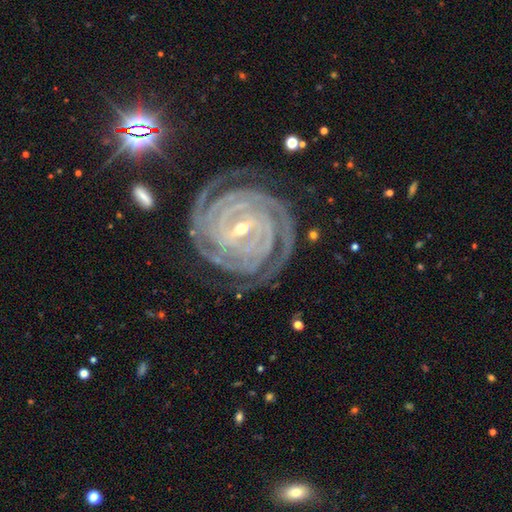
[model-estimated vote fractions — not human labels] featured or disk 93%, star or artifact 4%, smooth 3%. Down the decision tree: edge-on disk — no (98%); bar — strong (48%); spiral arms — yes (99%); spiral arm count — 4 (33%); spiral winding — tight (90%); bulge size — small (69%); merging — none (82%).